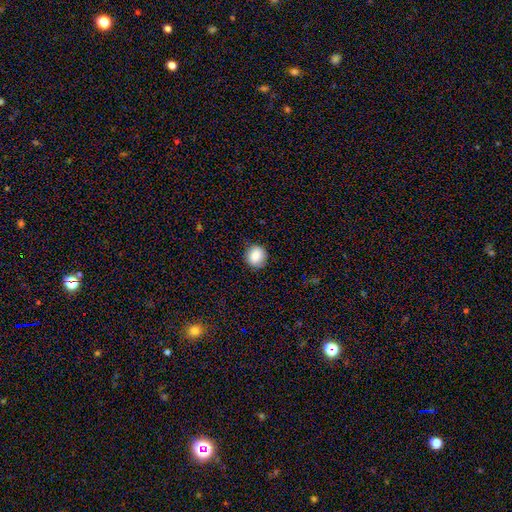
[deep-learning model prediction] smooth 84%, star or artifact 9%, featured or disk 7%. Down the decision tree: how rounded — round (90%); merging — none (87%).